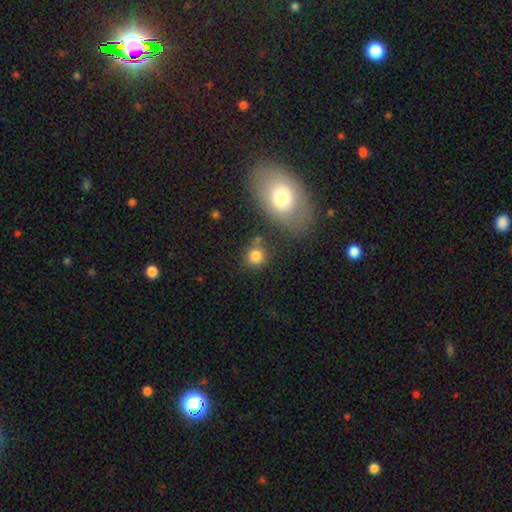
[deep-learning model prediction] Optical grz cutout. It shows a smooth galaxy with no disk features (82%) that is round (85%). Merging: none (67%).